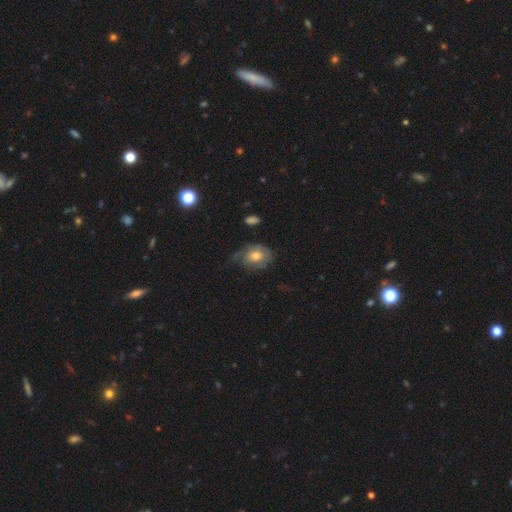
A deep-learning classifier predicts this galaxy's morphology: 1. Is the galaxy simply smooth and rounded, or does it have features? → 58% smooth, 34% featured or disk, 8% star or artifact.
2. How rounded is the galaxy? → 66% in between, 33% round, 1% cigar-shaped.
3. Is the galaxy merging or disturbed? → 47% none, 35% minor disturbance, 17% major disturbance, 2% merger.